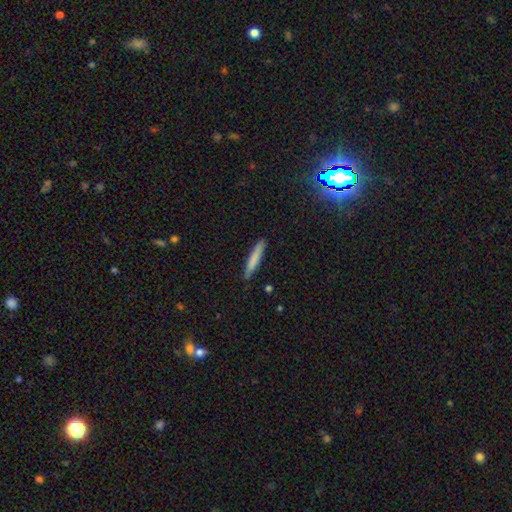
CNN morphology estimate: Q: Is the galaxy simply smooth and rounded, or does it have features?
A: smooth — 72%.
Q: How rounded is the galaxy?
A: cigar-shaped — 94%.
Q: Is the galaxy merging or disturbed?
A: none — 89%.